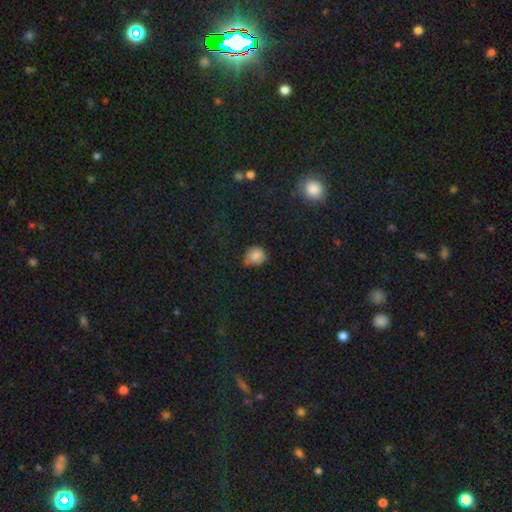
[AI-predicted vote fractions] Smooth or featured: smooth — 81% (star or artifact — 11%)
How rounded: round — 77% (in between — 22%)
Merging: none — 55% (minor disturbance — 35%)